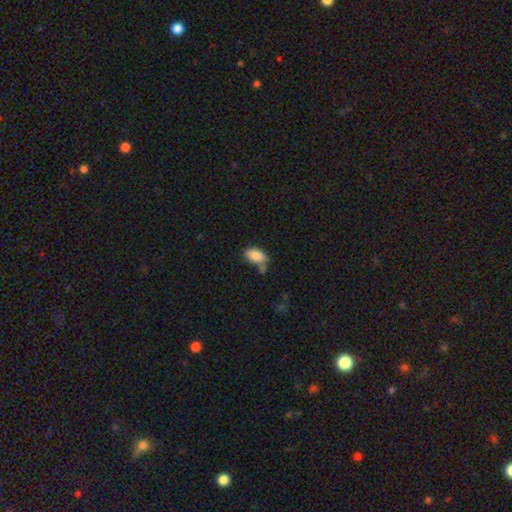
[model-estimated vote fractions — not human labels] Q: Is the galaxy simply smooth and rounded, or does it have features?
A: smooth — 86%.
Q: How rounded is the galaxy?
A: in between — 92%.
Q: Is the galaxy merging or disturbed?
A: none — 52%.